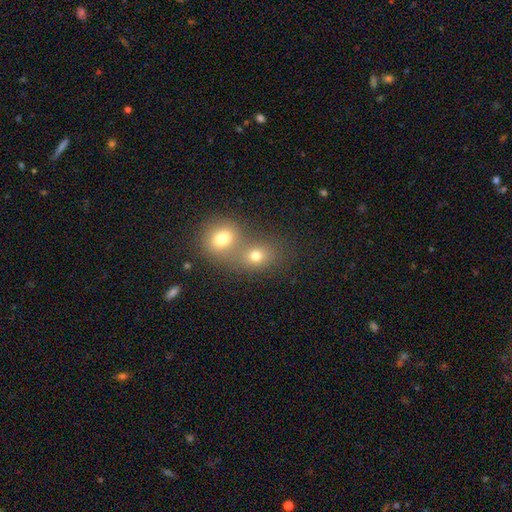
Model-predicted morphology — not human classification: This is likely a smooth galaxy (74%). How rounded: likely round (65%). Merging: possibly merger (56%).